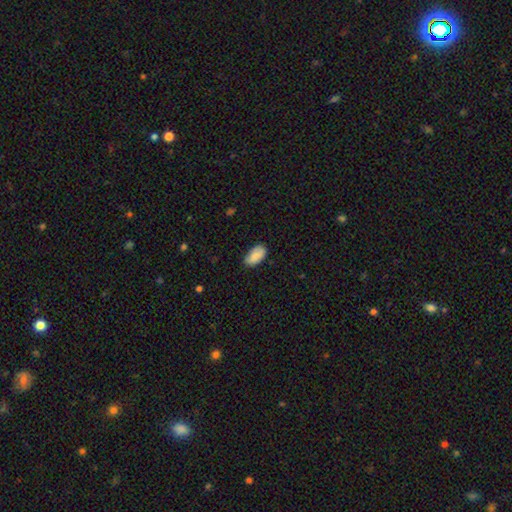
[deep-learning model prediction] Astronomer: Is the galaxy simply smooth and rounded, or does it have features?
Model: smooth — 84%.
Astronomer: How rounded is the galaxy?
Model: in between — 94%.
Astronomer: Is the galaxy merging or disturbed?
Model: none — 74%.